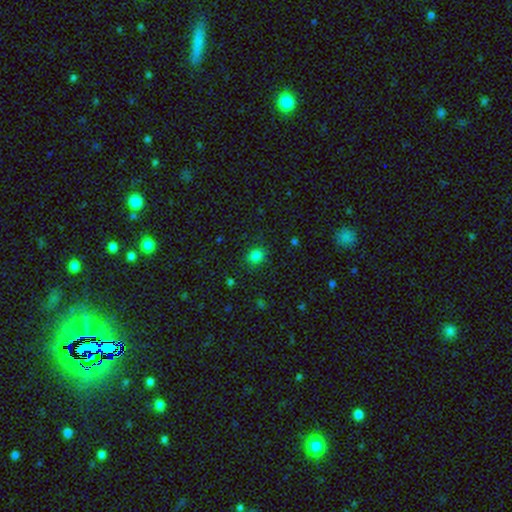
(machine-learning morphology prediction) A smooth galaxy with no disk features (82%) that is round (74%).

Vote fractions:
- Smooth or featured? smooth: 82% / star or artifact: 14% / featured or disk: 4%
- How rounded? round: 74% / in between: 25% / cigar-shaped: 1%
- Merging? none: 86% / minor disturbance: 9% / major disturbance: 3% / merger: 1%